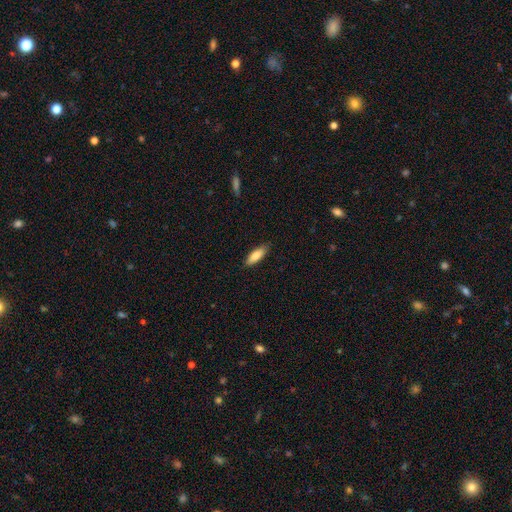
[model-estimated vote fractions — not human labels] This appears to be a smooth galaxy with no disk features (84%) that is in between round and cigar-shaped (54%). Merging: none (86%).